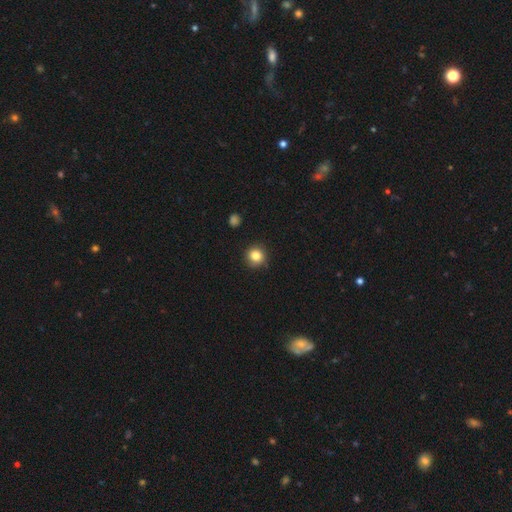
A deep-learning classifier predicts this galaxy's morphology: smooth-or-featured: smooth: 83% | star or artifact: 11% | featured or disk: 5%
  how-rounded: round: 94% | in between: 5% | cigar-shaped: 1%
  merging: none: 88% | minor disturbance: 9% | major disturbance: 2% | merger: 1%